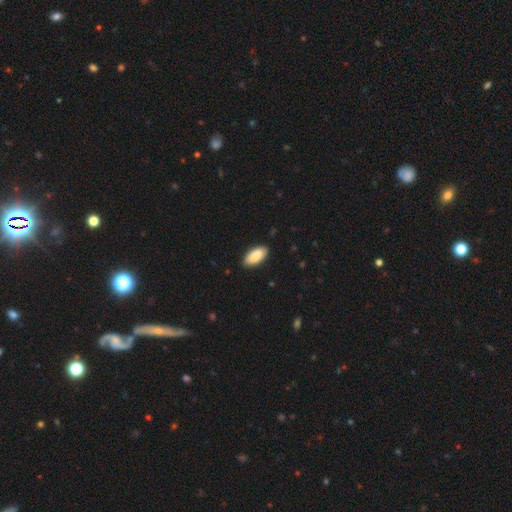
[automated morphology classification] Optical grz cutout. It shows a smooth galaxy with no disk features (87%) that is in between round and cigar-shaped (92%). Merging: none (88%).